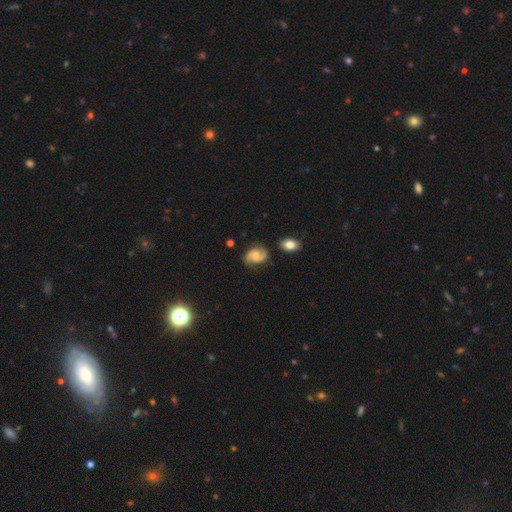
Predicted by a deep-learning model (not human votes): Q: Smooth or featured?
A: featured or disk (80%); runner-up: smooth (13%)
Q: Edge-on disk?
A: no (98%); runner-up: yes (2%)
Q: Bar?
A: no (56%); runner-up: weak (37%)
Q: Spiral arms?
A: yes (97%); runner-up: no (3%)
Q: Spiral winding?
A: medium (52%); runner-up: tight (25%)
Q: Spiral arm count?
A: 2 (91%); runner-up: can't tell (3%)
Q: Bulge size?
A: small (38%); runner-up: moderate (31%)
Q: Merging?
A: none (78%); runner-up: minor disturbance (15%)